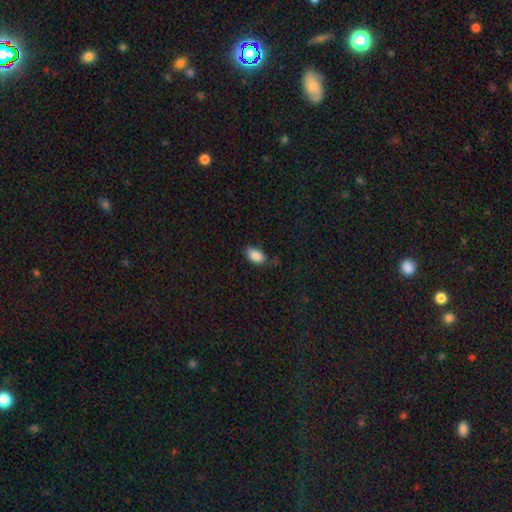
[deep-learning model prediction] This appears to be a smooth galaxy with no disk features (86%) that is in between round and cigar-shaped (92%). Merging: none (70%).